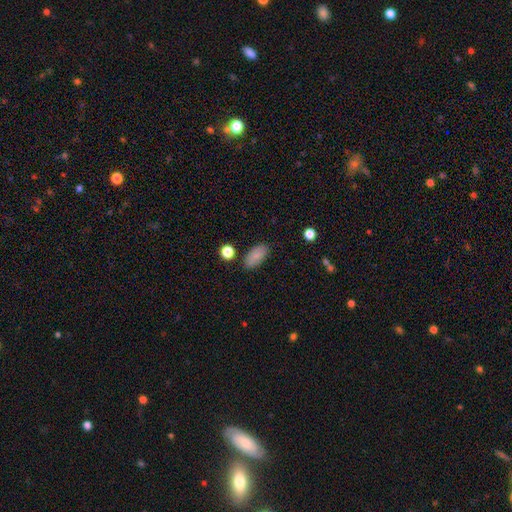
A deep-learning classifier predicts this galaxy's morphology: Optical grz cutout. It shows a smooth galaxy with no disk features (84%) that is in between round and cigar-shaped (92%). Merging: none (84%).